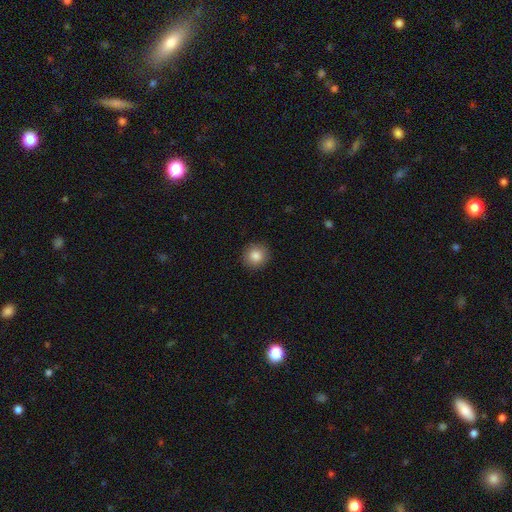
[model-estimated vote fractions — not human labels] Morphology: type=smooth (85%); roundness=round (92%); merging=none (91%).